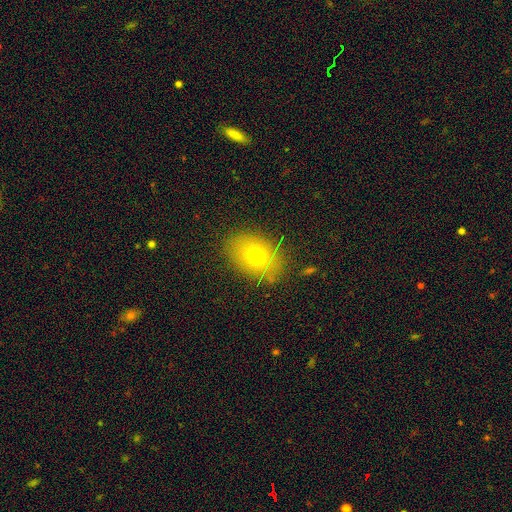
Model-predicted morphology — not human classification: This is likely a smooth galaxy (69%). How rounded: likely in between (69%). Merging: likely none (80%).